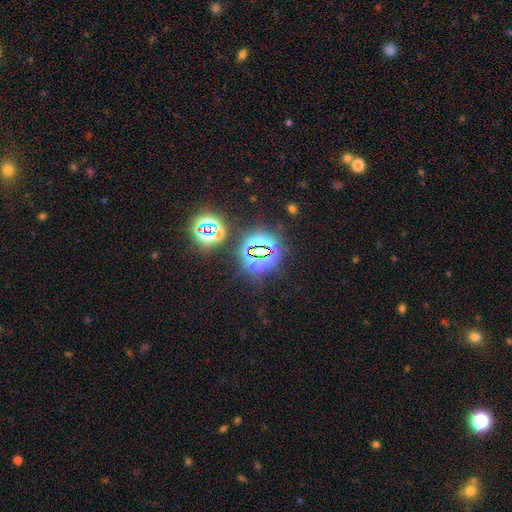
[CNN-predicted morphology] This is likely a star or artifact rather than a galaxy (79%).